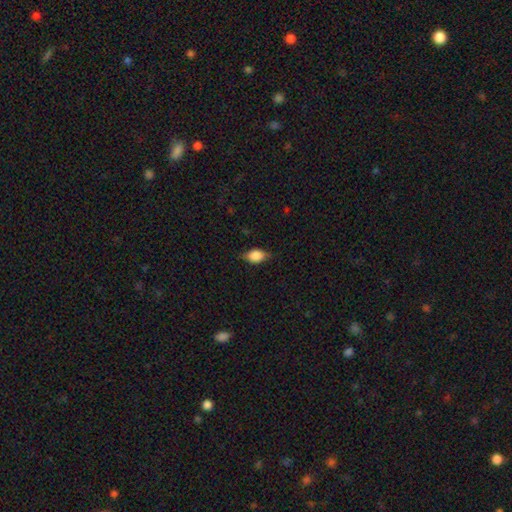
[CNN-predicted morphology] A smooth galaxy with no disk features (76%) that is in between round and cigar-shaped (82%). Merging: none (76%).